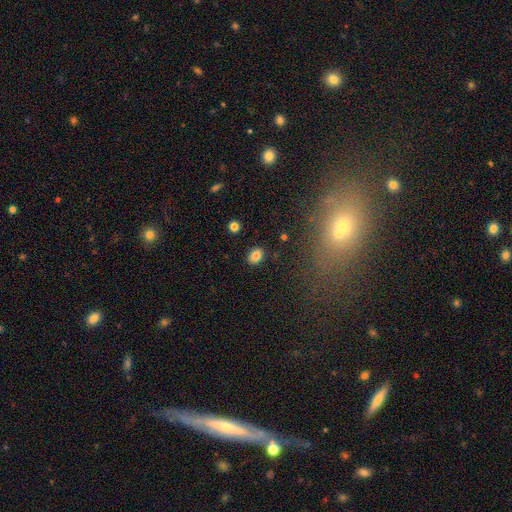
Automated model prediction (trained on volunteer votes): smooth-or-featured: smooth: 84% | star or artifact: 10% | featured or disk: 5%
  how-rounded: in between: 67% | round: 32% | cigar-shaped: 1%
  merging: none: 86% | minor disturbance: 9% | major disturbance: 3% | merger: 2%